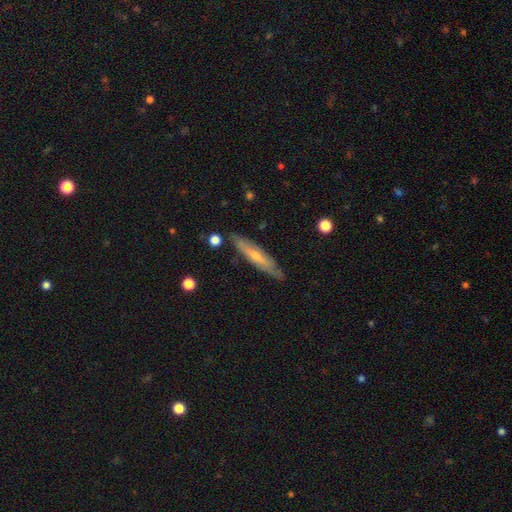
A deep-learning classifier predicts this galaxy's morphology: The model was most divided on "smooth or featured": featured or disk: 57%, smooth: 37%, star or artifact: 6%. More confident: merging — none (82%); edge-on disk — yes (70%).